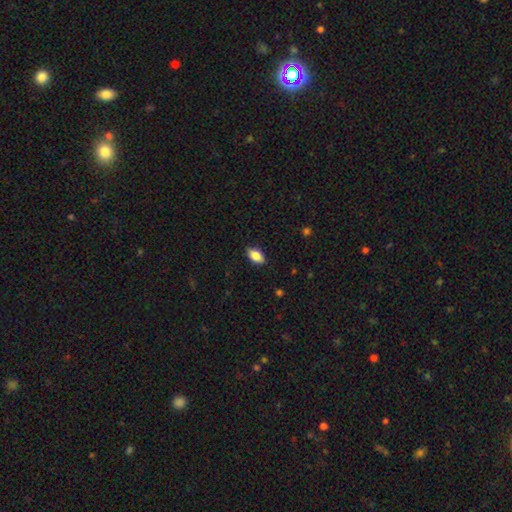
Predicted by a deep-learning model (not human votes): A smooth galaxy with no disk features (86%) that is in between round and cigar-shaped (92%). Merging: none (87%).